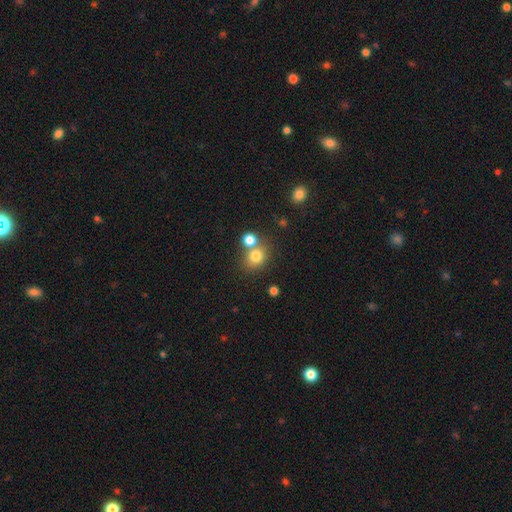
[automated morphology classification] The model was most divided on "merging": none: 54%, merger: 34%, minor disturbance: 8%, major disturbance: 4%. More confident: smooth or featured — smooth (78%); how rounded — round (74%).